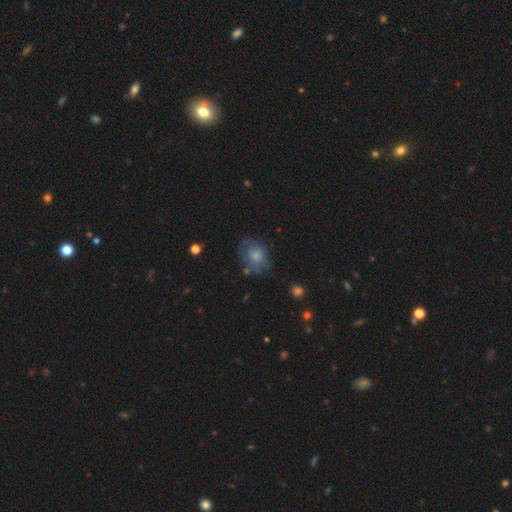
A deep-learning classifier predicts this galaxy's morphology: A smooth galaxy with no disk features (64%) that is in between round and cigar-shaped (54%).

Vote fractions:
- Smooth or featured? smooth: 64% / featured or disk: 26% / star or artifact: 9%
- How rounded? in between: 54% / round: 45% / cigar-shaped: 1%
- Merging? none: 53% / minor disturbance: 27% / major disturbance: 17% / merger: 4%